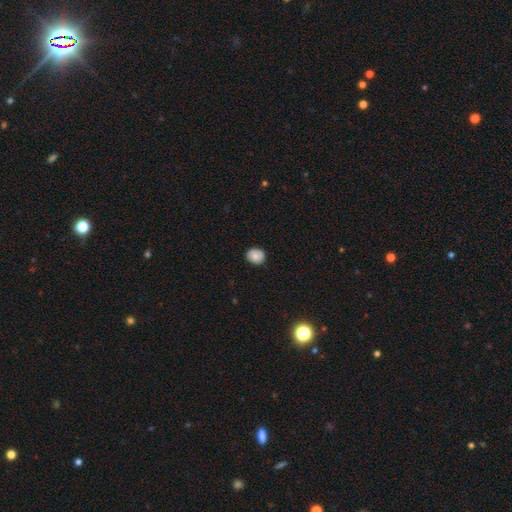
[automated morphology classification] Smooth or featured? smooth (78%)
How rounded? round (67%)
Merging? none (82%)